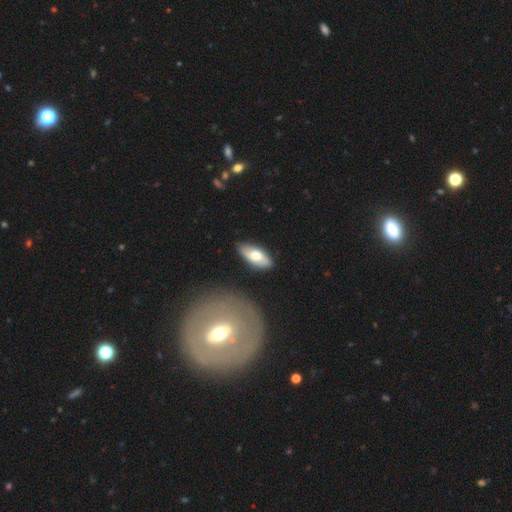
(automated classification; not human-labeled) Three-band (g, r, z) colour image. It shows a smooth galaxy with no disk features (61%) that is in between round and cigar-shaped (84%). Merging: none (84%).